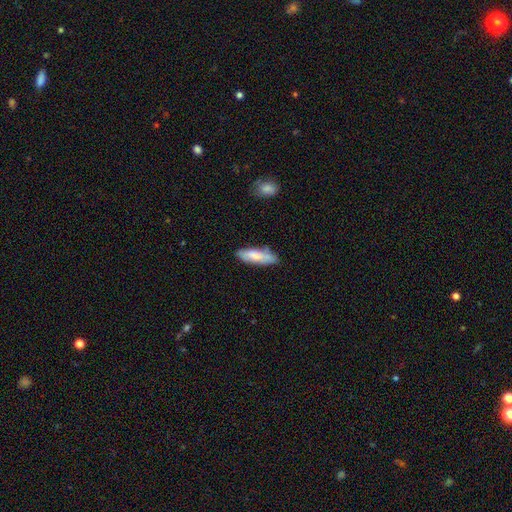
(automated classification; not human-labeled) Smooth or featured? smooth (71%)
How rounded? in between (52%)
Merging? none (71%)